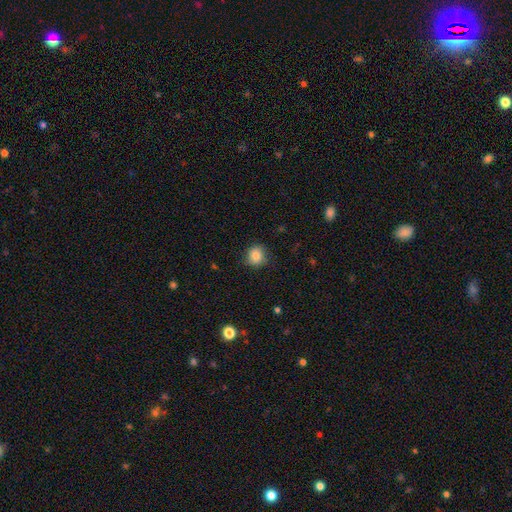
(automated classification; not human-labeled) Smooth or featured?
  - smooth: 83% *
  - star or artifact: 10%
  - featured or disk: 7%
How rounded?
  - round: 84% *
  - in between: 15%
  - cigar-shaped: 1%
Merging?
  - none: 80% *
  - minor disturbance: 15%
  - major disturbance: 4%
  - merger: 1%